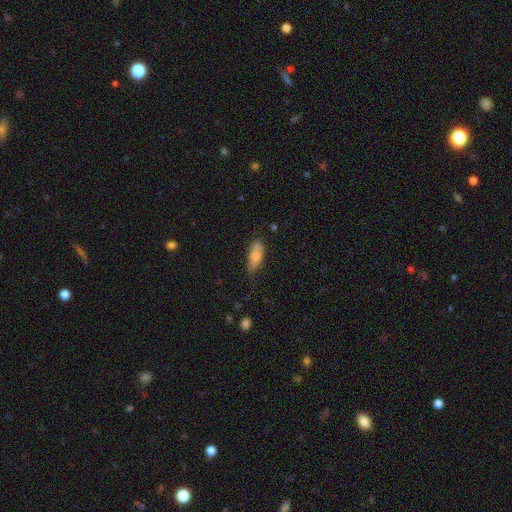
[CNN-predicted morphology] Smooth or featured: smooth — 75% (featured or disk — 18%)
How rounded: in between — 76% (cigar-shaped — 22%)
Merging: none — 60% (minor disturbance — 28%)